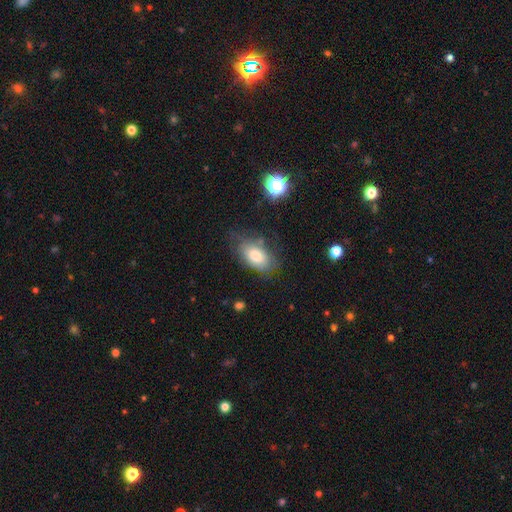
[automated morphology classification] This is likely a smooth galaxy (74%). How rounded: clearly in between (92%). Merging: likely none (62%).